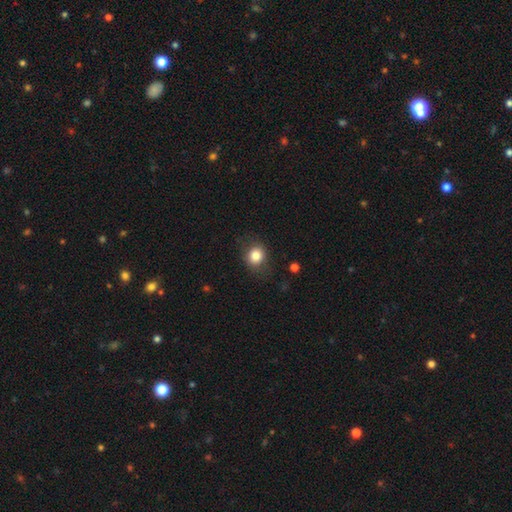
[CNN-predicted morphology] The model was most divided on "how rounded": round: 72%, in between: 27%, cigar-shaped: 1%. More confident: smooth or featured — smooth (82%); merging — none (79%).